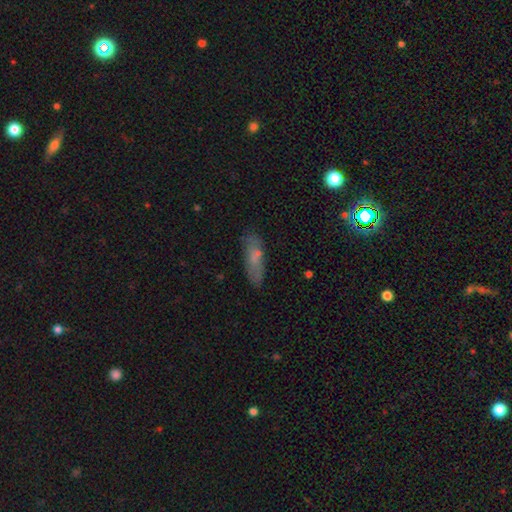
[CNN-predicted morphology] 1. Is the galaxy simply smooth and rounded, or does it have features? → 50% smooth, 32% featured or disk, 18% star or artifact.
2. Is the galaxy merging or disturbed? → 79% none, 15% minor disturbance, 4% major disturbance, 2% merger.